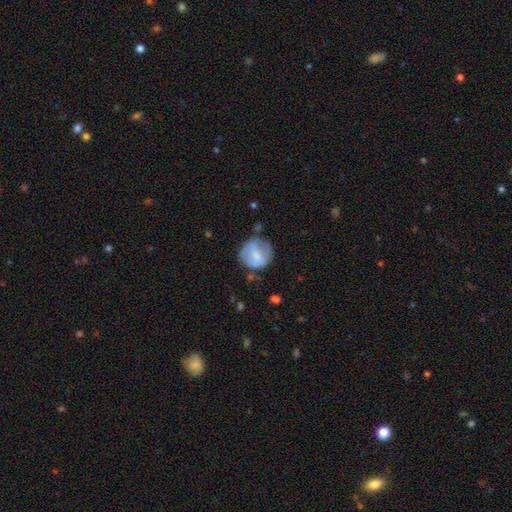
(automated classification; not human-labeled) Smooth or featured? smooth (62%)
How rounded? round (85%)
Merging? none (58%)